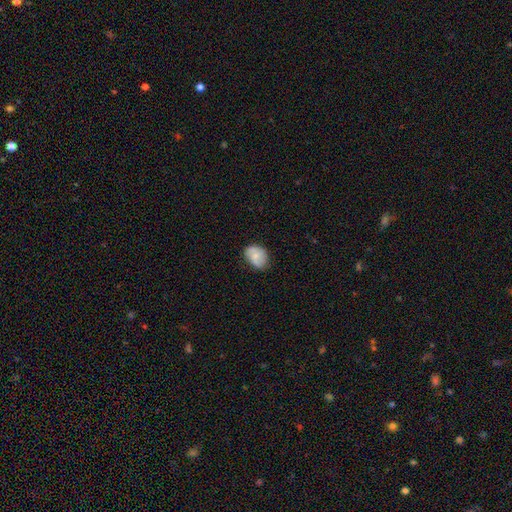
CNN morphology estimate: Smooth or featured? Predicted: smooth (p=0.62). How rounded? Predicted: in between (p=0.67). Merging? Predicted: none (p=0.66).